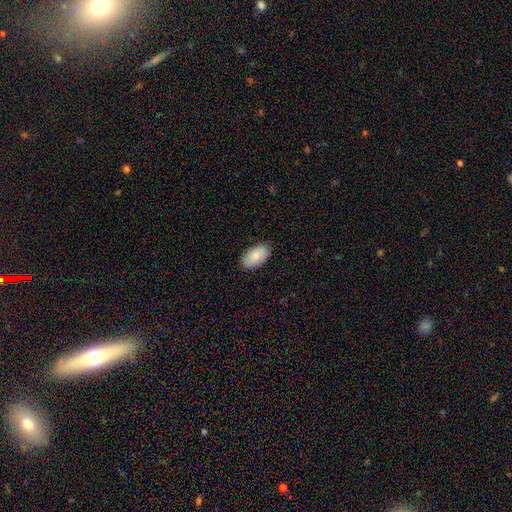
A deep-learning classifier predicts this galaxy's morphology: This appears to be a smooth galaxy with no disk features (85%) that is in between round and cigar-shaped (95%). Merging: none (86%).